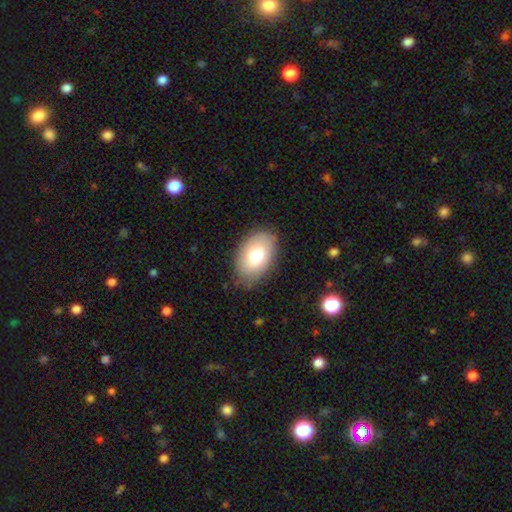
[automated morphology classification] A smooth galaxy with no disk features (76%) that is in between round and cigar-shaped (91%). Merging: none (81%).